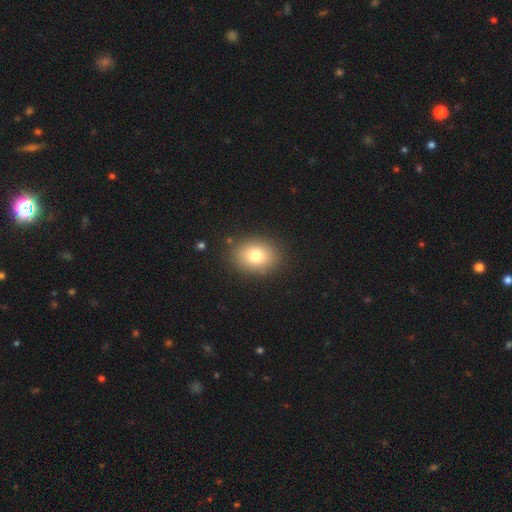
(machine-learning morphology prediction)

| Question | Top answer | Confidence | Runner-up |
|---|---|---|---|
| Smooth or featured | smooth | 79% | star or artifact (11%) |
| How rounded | in between | 58% | round (41%) |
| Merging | none | 87% | minor disturbance (8%) |